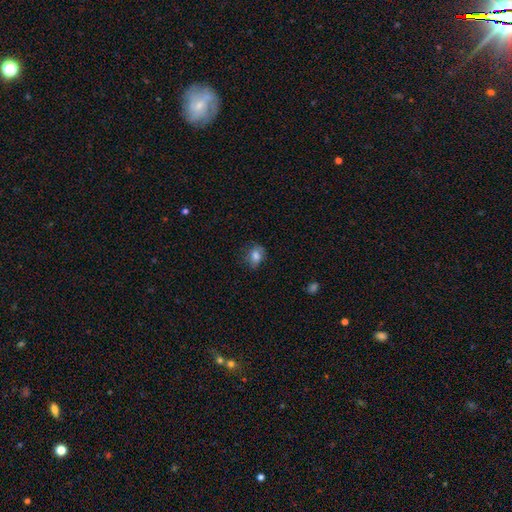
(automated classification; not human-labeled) smooth-or-featured: smooth: 79% | featured or disk: 11% | star or artifact: 10%
  how-rounded: in between: 56% | round: 43% | cigar-shaped: 1%
  merging: none: 67% | minor disturbance: 25% | major disturbance: 7% | merger: 2%